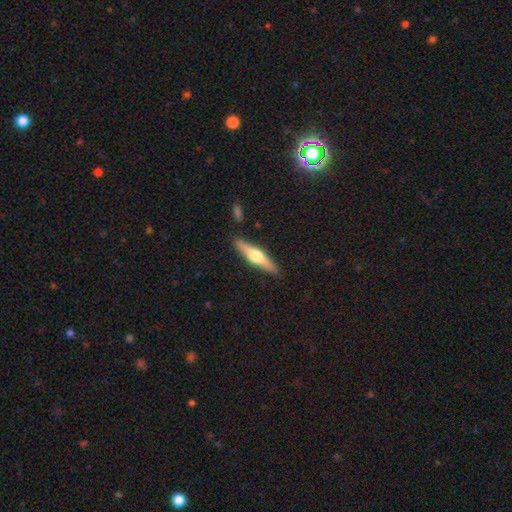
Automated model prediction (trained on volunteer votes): Smooth or featured: featured or disk — 58% (smooth — 37%)
Edge-on disk: yes — 95% (no — 5%)
Edge-on bulge: rounded — 94% (boxy — 4%)
Merging: none — 88% (minor disturbance — 8%)